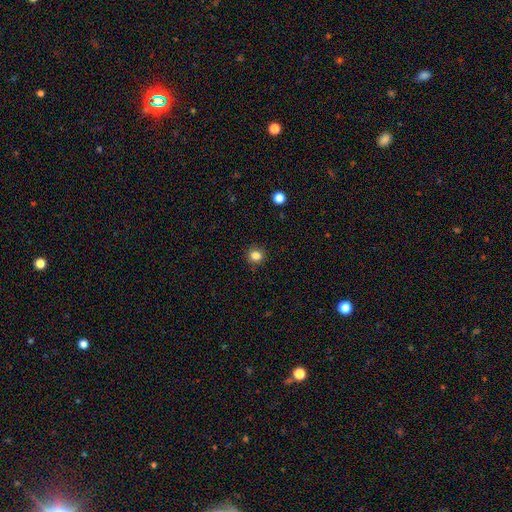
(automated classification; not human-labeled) This is clearly a smooth galaxy (84%). How rounded: clearly round (89%). Merging: clearly none (90%).